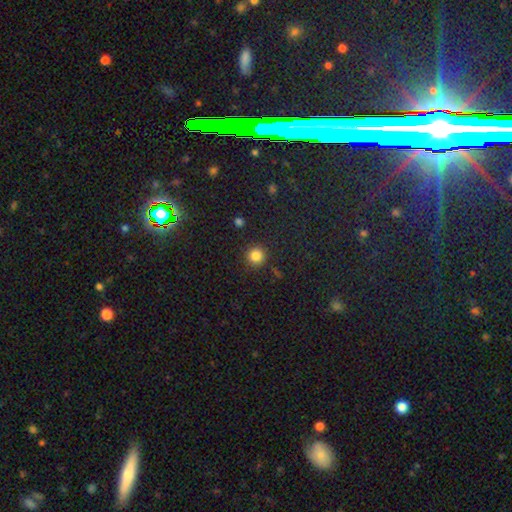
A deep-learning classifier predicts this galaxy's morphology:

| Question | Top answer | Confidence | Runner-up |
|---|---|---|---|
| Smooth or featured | smooth | 84% | star or artifact (12%) |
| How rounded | round | 94% | in between (5%) |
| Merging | none | 90% | minor disturbance (6%) |